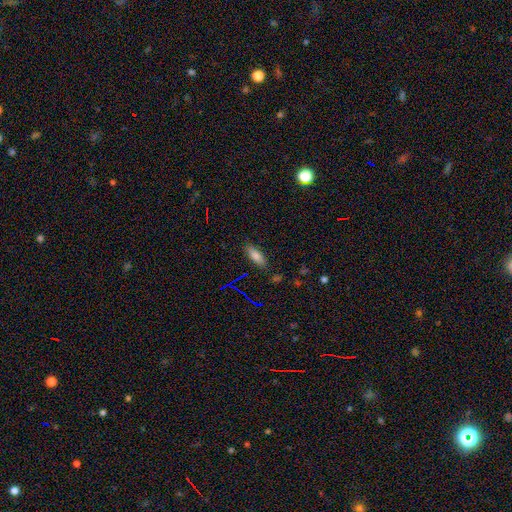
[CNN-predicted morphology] The model was most divided on "how rounded": in between: 73%, cigar-shaped: 25%, round: 3%. More confident: merging — none (84%); smooth or featured — smooth (75%).